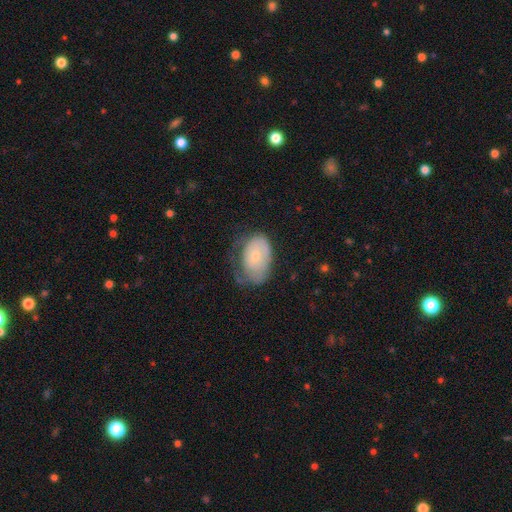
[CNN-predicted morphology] Q: Smooth or featured?
A: smooth (60%); runner-up: featured or disk (33%)
Q: How rounded?
A: in between (88%); runner-up: round (11%)
Q: Merging?
A: none (37%); runner-up: minor disturbance (36%)